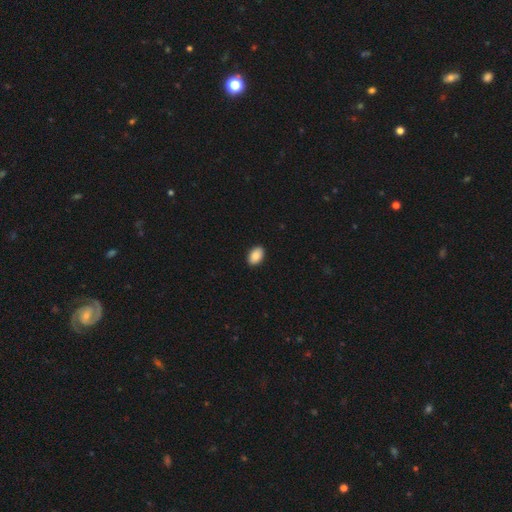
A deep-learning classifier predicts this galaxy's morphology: Overall: smooth (89%). How rounded: in between (90%). Merging: none (91%).